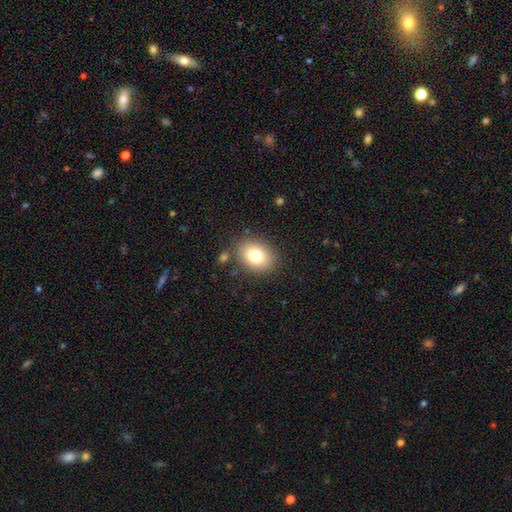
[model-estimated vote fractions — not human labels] Morphology: type=smooth (79%); roundness=in between (61%); merging=none (83%).